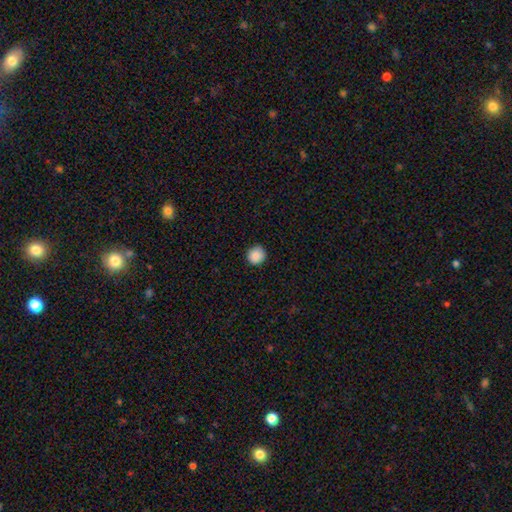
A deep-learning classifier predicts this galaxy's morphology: Q: Smooth or featured?
A: smooth (88%); runner-up: star or artifact (9%)
Q: How rounded?
A: round (95%); runner-up: in between (4%)
Q: Merging?
A: none (91%); runner-up: minor disturbance (6%)